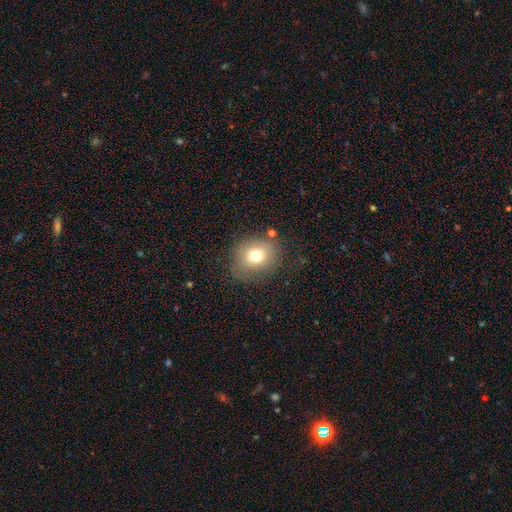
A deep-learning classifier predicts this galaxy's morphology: smooth_or_featured: smooth (p=0.72) [alt: featured or disk p=0.16]
how_rounded: round (p=0.68) [alt: in between p=0.31]
merging: none (p=0.70) [alt: minor disturbance p=0.19]